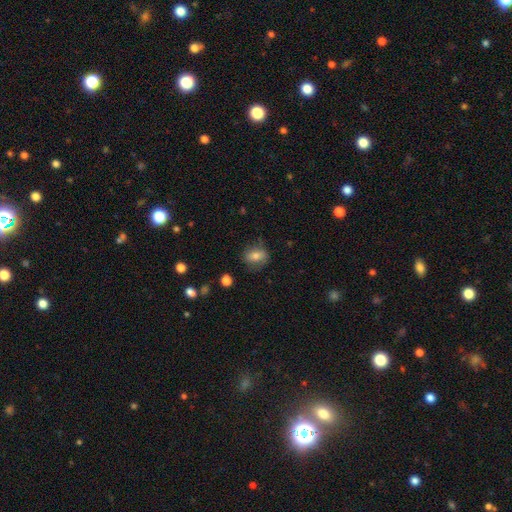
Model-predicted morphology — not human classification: Smooth or featured: smooth — 72% (featured or disk — 19%)
How rounded: in between — 53% (round — 45%)
Merging: none — 74% (minor disturbance — 19%)